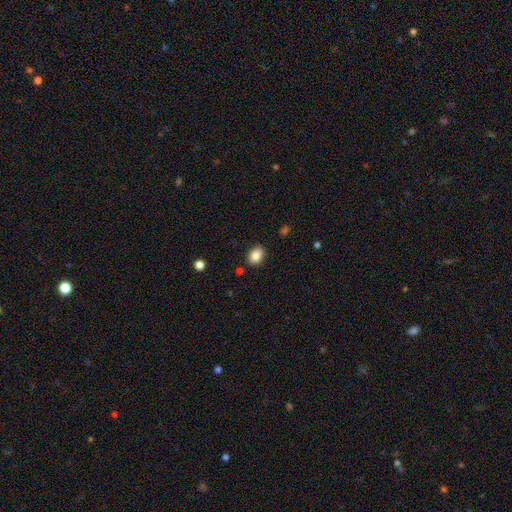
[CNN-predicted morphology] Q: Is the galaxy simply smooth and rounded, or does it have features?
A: smooth — 85%.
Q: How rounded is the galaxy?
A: in between — 67%.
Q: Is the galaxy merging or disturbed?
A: none — 86%.